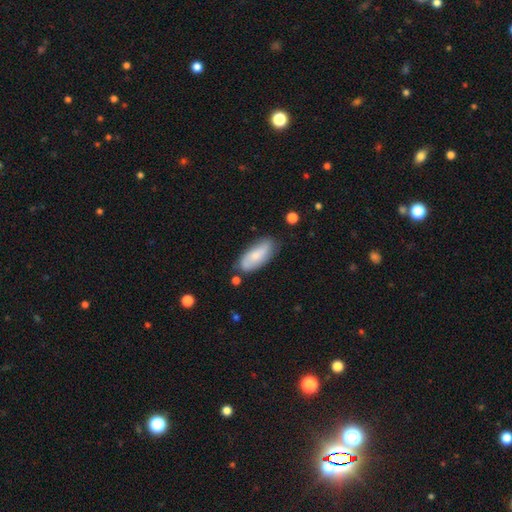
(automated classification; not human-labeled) A smooth galaxy with no disk features (67%) that is in between round and cigar-shaped (82%).

Vote fractions:
- Smooth or featured? smooth: 67% / featured or disk: 27% / star or artifact: 6%
- How rounded? in between: 82% / cigar-shaped: 16% / round: 2%
- Merging? none: 72% / minor disturbance: 20% / major disturbance: 4% / merger: 4%